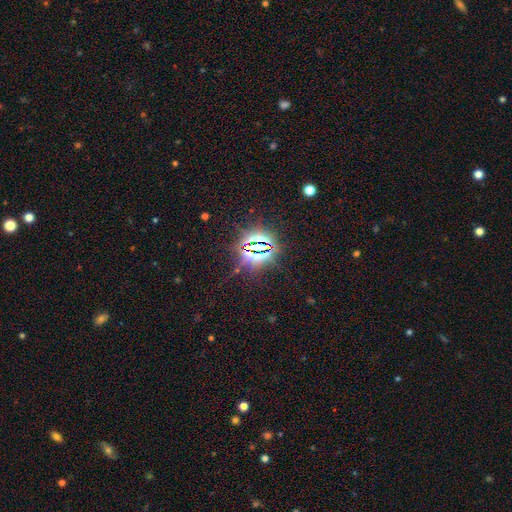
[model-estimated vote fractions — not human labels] A star or artifact, not a galaxy (83%).

Vote fractions:
- Smooth or featured? star or artifact: 83% / smooth: 9% / featured or disk: 8%